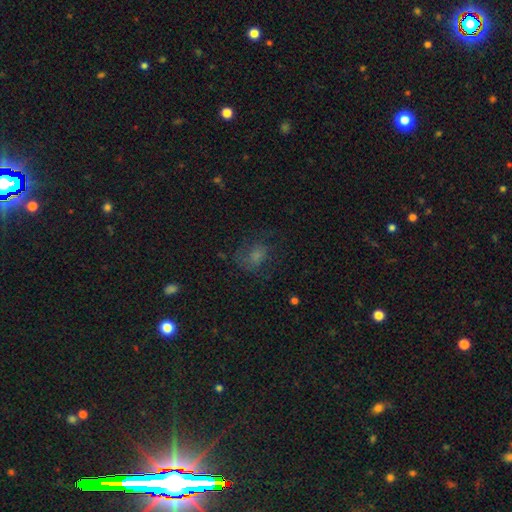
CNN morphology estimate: A smooth galaxy with no disk features (52%) that is in between round and cigar-shaped (53%). Merging: none (54%).